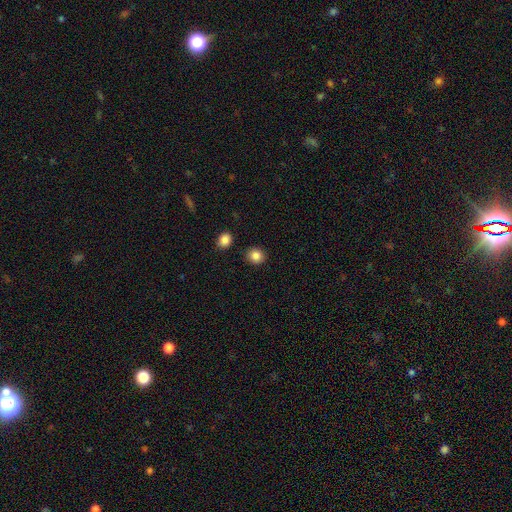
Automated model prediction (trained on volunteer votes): A smooth galaxy with no disk features (86%) that is round (88%). Merging: none (90%).